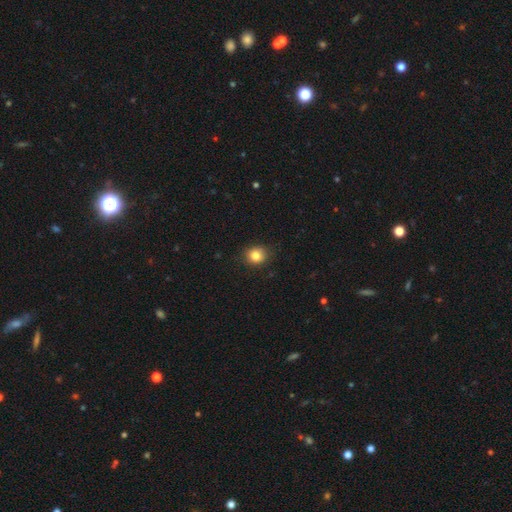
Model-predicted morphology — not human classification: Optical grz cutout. It shows a smooth galaxy with no disk features (83%) that is round (74%). Merging: none (85%).